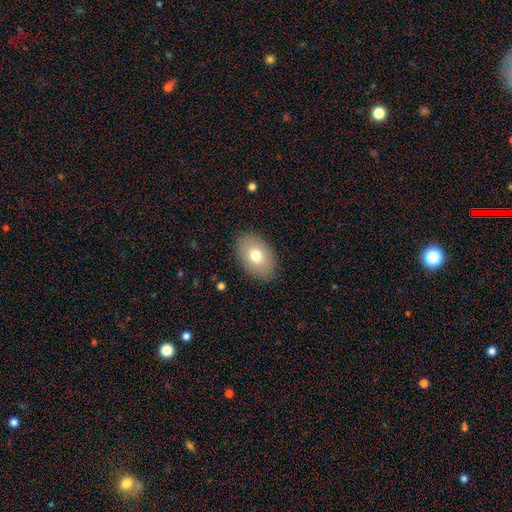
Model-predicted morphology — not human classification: A smooth galaxy with no disk features (75%) that is in between round and cigar-shaped (87%).

Vote fractions:
- Smooth or featured? smooth: 75% / featured or disk: 17% / star or artifact: 8%
- How rounded? in between: 87% / round: 12% / cigar-shaped: 1%
- Merging? none: 87% / minor disturbance: 9% / major disturbance: 3% / merger: 1%